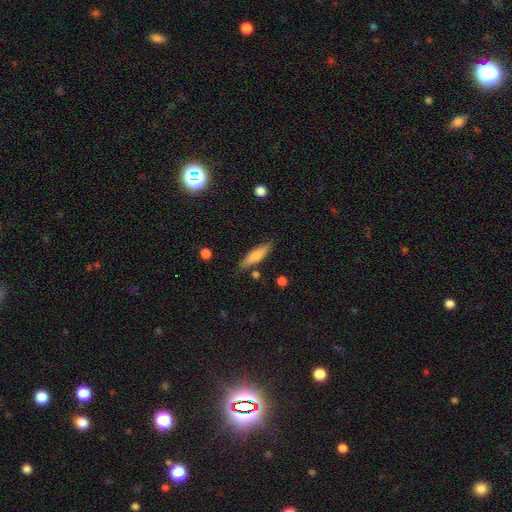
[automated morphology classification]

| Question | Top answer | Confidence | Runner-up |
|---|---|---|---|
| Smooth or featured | smooth | 66% | featured or disk (27%) |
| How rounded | cigar-shaped | 73% | in between (25%) |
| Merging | none | 81% | minor disturbance (13%) |